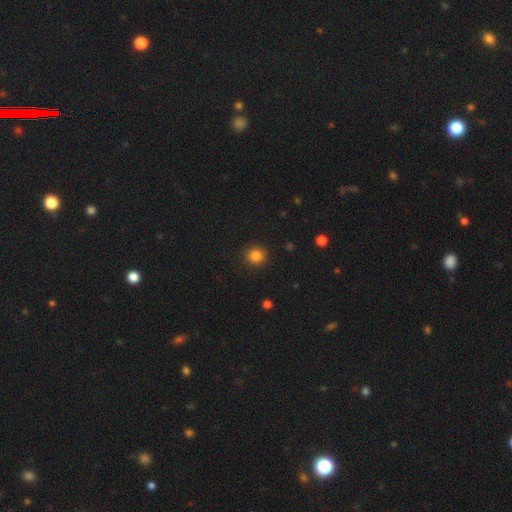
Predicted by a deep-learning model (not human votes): Smooth or featured: smooth — 84% (star or artifact — 12%)
How rounded: round — 90% (in between — 9%)
Merging: none — 91% (minor disturbance — 6%)